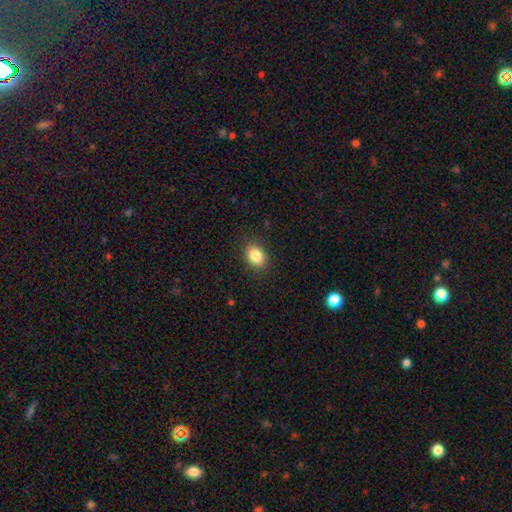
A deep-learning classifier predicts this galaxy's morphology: Smooth or featured? Predicted: smooth (p=0.85). How rounded? Predicted: in between (p=0.72). Merging? Predicted: none (p=0.88).